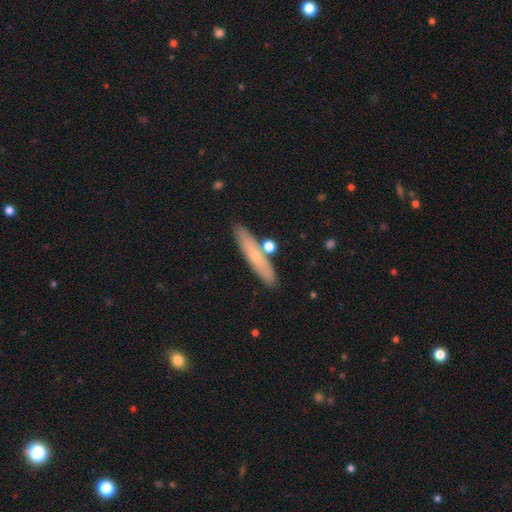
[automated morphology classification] type=smooth (58%); roundness=cigar-shaped (87%); merging=none (81%).